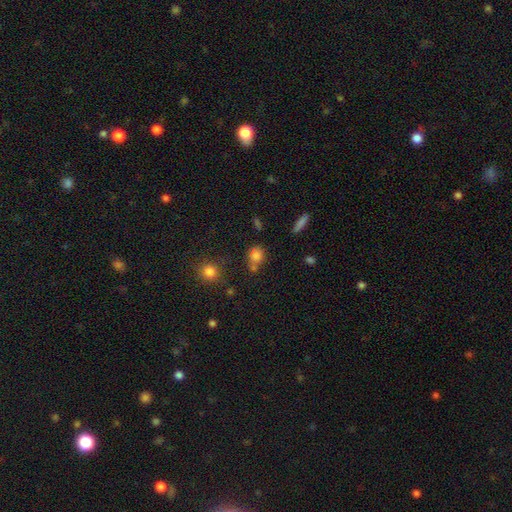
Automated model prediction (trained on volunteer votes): Q: Smooth or featured?
A: smooth (76%); runner-up: star or artifact (15%)
Q: How rounded?
A: round (58%); runner-up: in between (39%)
Q: Merging?
A: none (50%); runner-up: merger (26%)